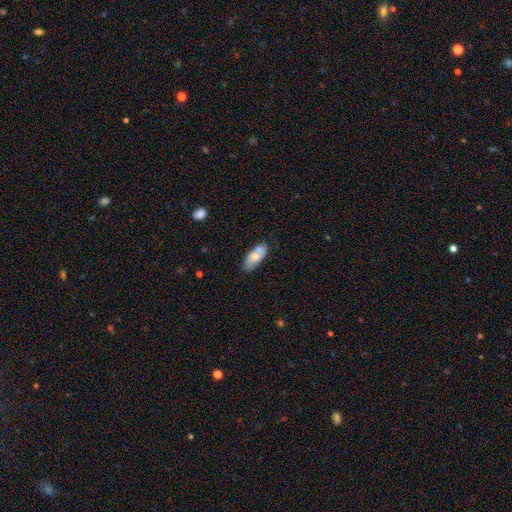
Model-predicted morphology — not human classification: type=smooth (69%); roundness=in between (84%); merging=none (67%).